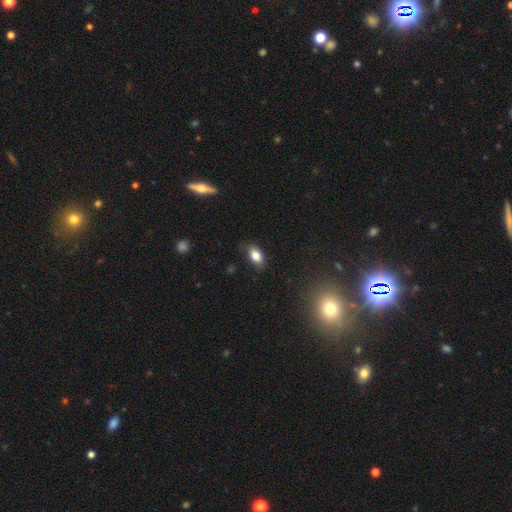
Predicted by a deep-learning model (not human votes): A smooth galaxy with no disk features (82%) that is in between round and cigar-shaped (89%).

Vote fractions:
- Smooth or featured? smooth: 82% / featured or disk: 9% / star or artifact: 9%
- How rounded? in between: 89% / round: 8% / cigar-shaped: 3%
- Merging? none: 80% / minor disturbance: 16% / major disturbance: 3% / merger: 1%